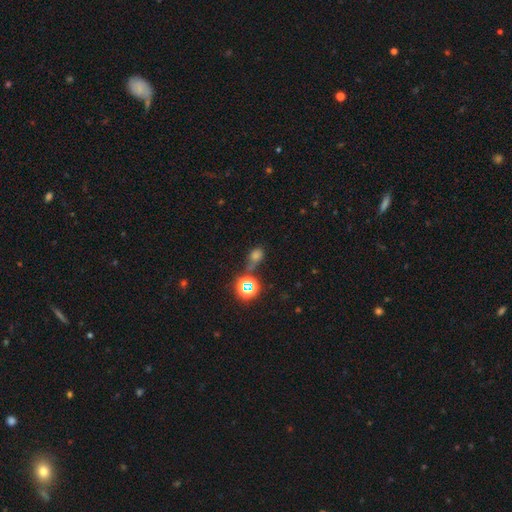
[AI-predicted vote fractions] smooth 45% (tied), star or artifact 45% (tied), featured or disk 10%. Down the decision tree: merging — none (60%).